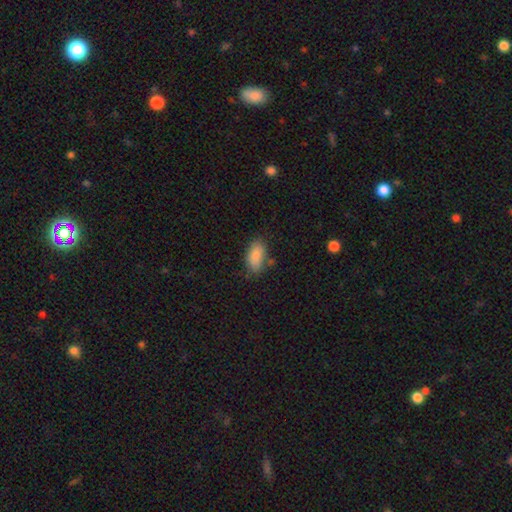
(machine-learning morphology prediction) This appears to be a smooth galaxy with no disk features (86%) that is in between round and cigar-shaped (91%). Merging: none (70%).